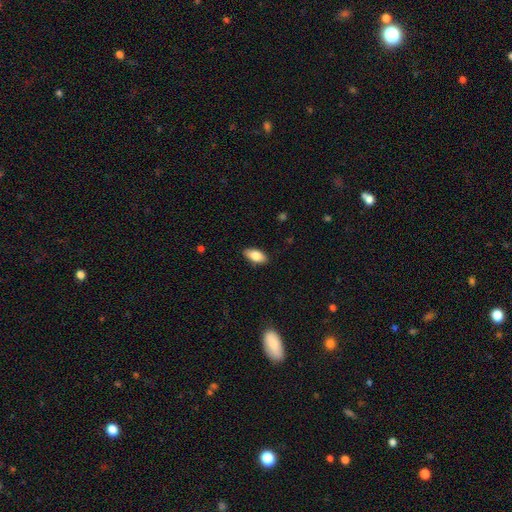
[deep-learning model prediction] smooth-or-featured: smooth: 83% | featured or disk: 11% | star or artifact: 6%
  how-rounded: in between: 91% | cigar-shaped: 6% | round: 3%
  merging: none: 89% | minor disturbance: 9% | major disturbance: 2% | merger: 1%